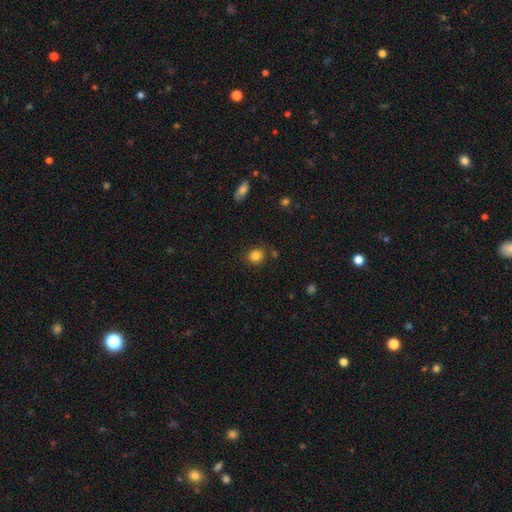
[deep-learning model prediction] This appears to be a smooth galaxy with no disk features (84%) that is round (72%). Merging: none (83%).